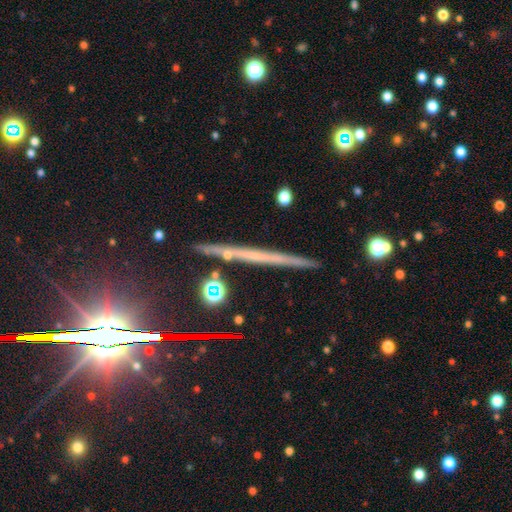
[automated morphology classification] A featured or disk galaxy (58%) viewed edge-on (97%) with no central bulge (82%).

Vote fractions:
- Smooth or featured? featured or disk: 58% / smooth: 26% / star or artifact: 17%
- Edge-on disk? yes: 97% / no: 3%
- Edge-on bulge? none: 82% / rounded: 13% / boxy: 6%
- Merging? none: 87% / minor disturbance: 9% / merger: 2% / major disturbance: 2%